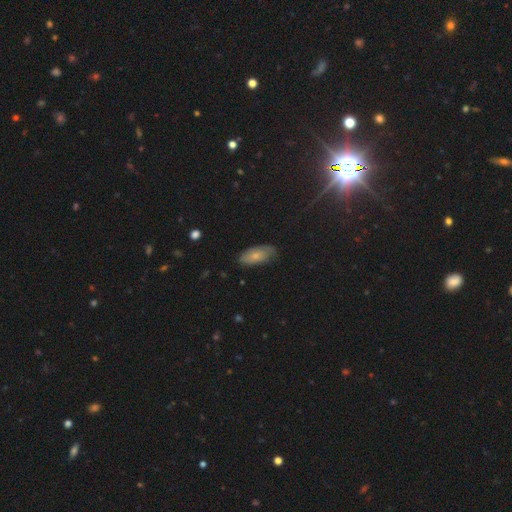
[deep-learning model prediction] A smooth galaxy with no disk features (63%) that is in between round and cigar-shaped (88%).

Vote fractions:
- Smooth or featured? smooth: 63% / featured or disk: 28% / star or artifact: 8%
- How rounded? in between: 88% / cigar-shaped: 9% / round: 3%
- Merging? none: 71% / minor disturbance: 23% / major disturbance: 4% / merger: 1%